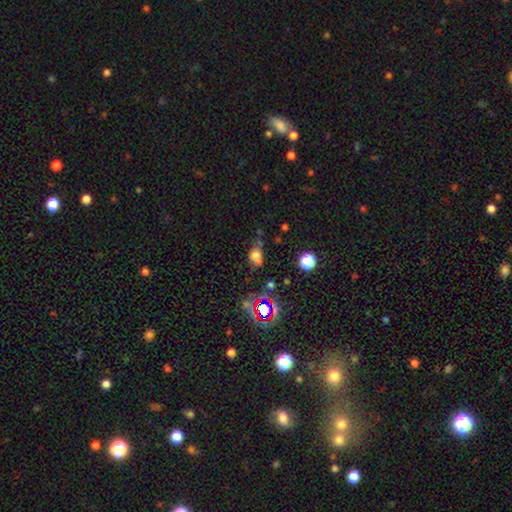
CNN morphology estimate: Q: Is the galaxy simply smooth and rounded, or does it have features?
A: smooth — 67%.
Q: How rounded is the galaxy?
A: in between — 60%.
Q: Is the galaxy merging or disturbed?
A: none — 48%.